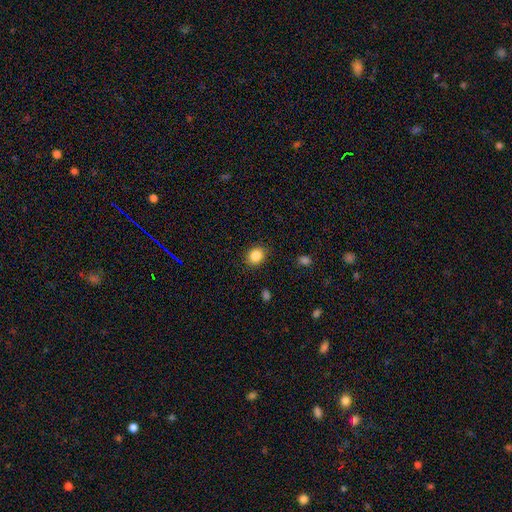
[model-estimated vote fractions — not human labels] smooth_or_featured: smooth (p=0.86) [alt: star or artifact p=0.09]
how_rounded: round (p=0.64) [alt: in between p=0.35]
merging: none (p=0.88) [alt: minor disturbance p=0.09]